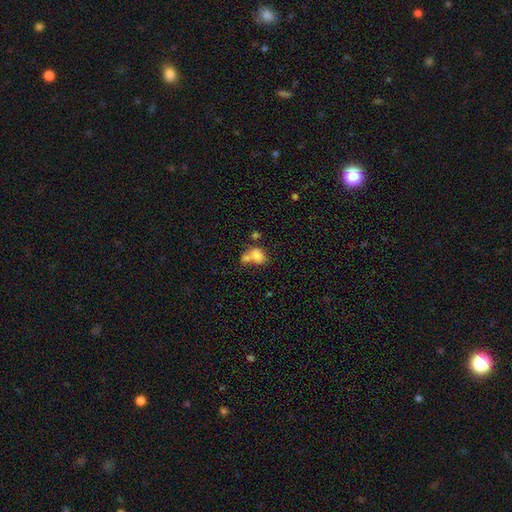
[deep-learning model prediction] This is likely a smooth galaxy (77%). How rounded: likely in between (64%). Merging: possibly merger (56%).